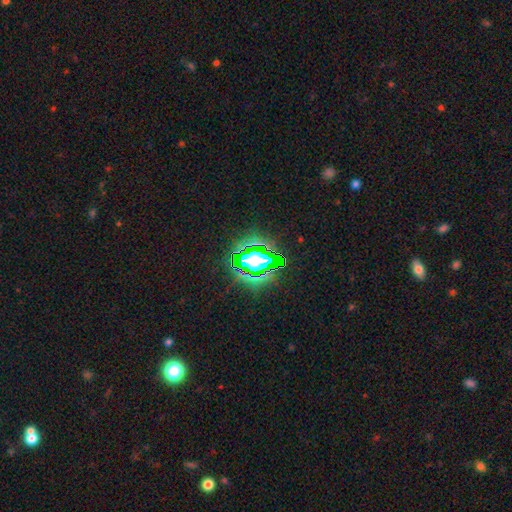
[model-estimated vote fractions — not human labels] Smooth or featured: star or artifact — 79% (smooth — 13%)